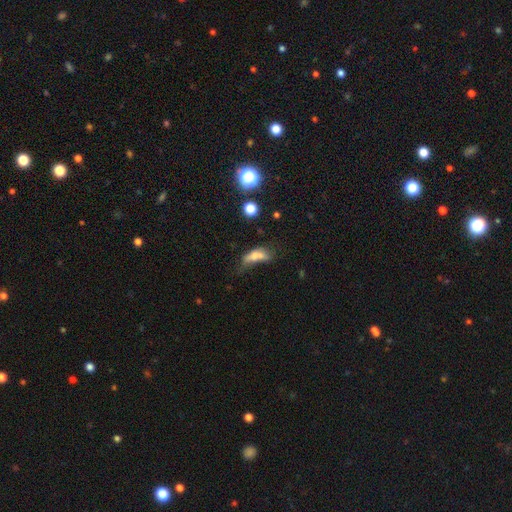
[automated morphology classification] This appears to be a smooth galaxy with no disk features (60%) that is in between round and cigar-shaped (73%). Merging: major disturbance (33%).